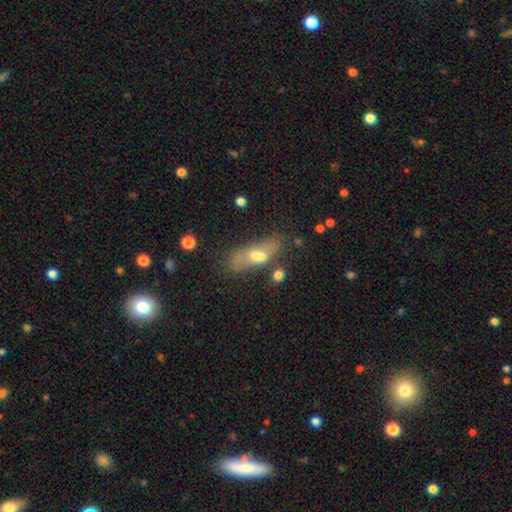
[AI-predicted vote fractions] This appears to be a smooth galaxy with no disk features (54%) that is in between round and cigar-shaped (67%). Merging: none (37%).